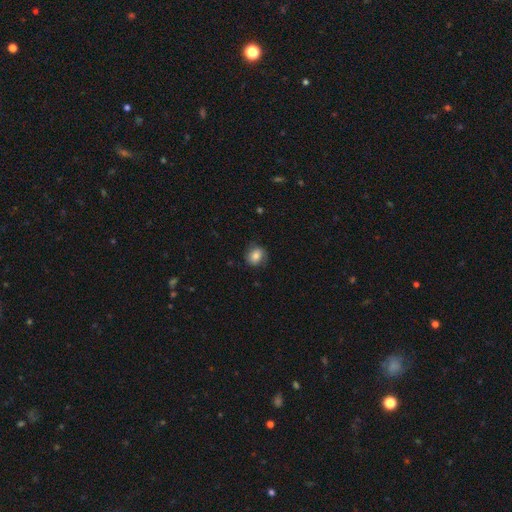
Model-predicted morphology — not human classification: Smooth or featured: smooth — 75% (featured or disk — 16%)
How rounded: round — 69% (in between — 30%)
Merging: none — 76% (minor disturbance — 17%)